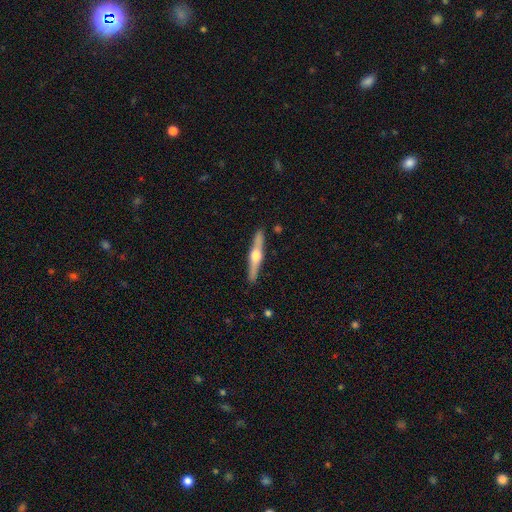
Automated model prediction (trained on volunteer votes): Smooth or featured?
  - featured or disk: 72% *
  - smooth: 23%
  - star or artifact: 5%
Edge-on disk?
  - yes: 98% *
  - no: 2%
Edge-on bulge?
  - rounded: 95% *
  - boxy: 3%
  - none: 2%
Merging?
  - none: 90% *
  - minor disturbance: 7%
  - major disturbance: 1%
  - merger: 1%